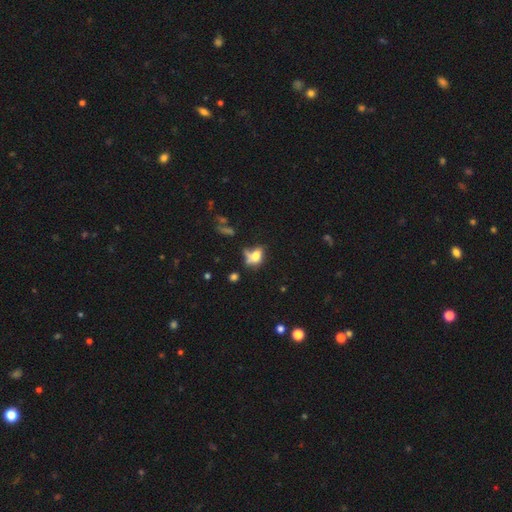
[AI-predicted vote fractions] This appears to be a smooth galaxy with no disk features (63%) that is in between round and cigar-shaped (70%). Merging: none (33%).